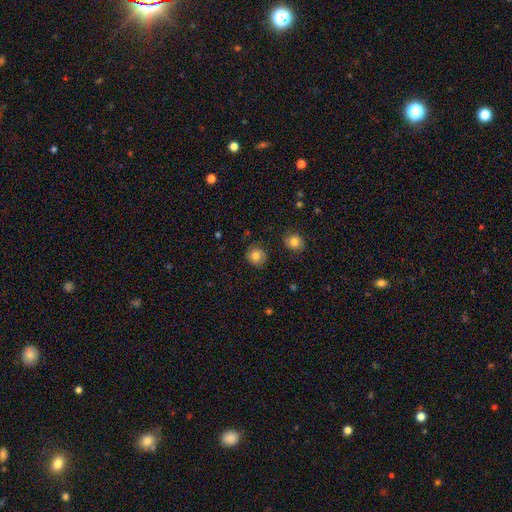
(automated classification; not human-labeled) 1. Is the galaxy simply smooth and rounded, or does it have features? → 77% smooth, 13% featured or disk, 10% star or artifact.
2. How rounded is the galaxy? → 85% round, 14% in between, 1% cigar-shaped.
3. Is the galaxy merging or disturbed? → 83% none, 12% minor disturbance, 3% major disturbance, 2% merger.